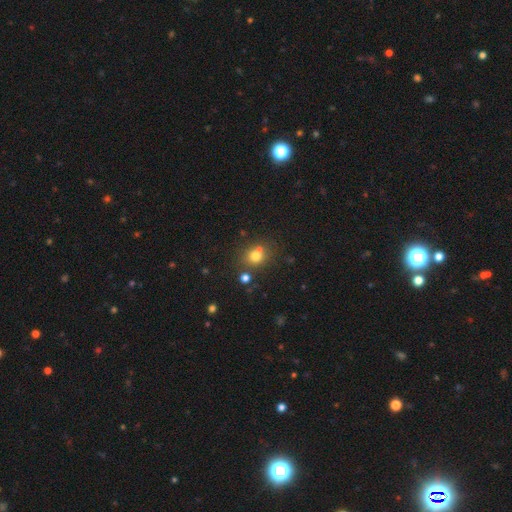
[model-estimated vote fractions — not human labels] A smooth galaxy with no disk features (73%) that is round (74%).

Vote fractions:
- Smooth or featured? smooth: 73% / star or artifact: 17% / featured or disk: 10%
- How rounded? round: 74% / in between: 25% / cigar-shaped: 1%
- Merging? none: 64% / merger: 21% / minor disturbance: 11% / major disturbance: 4%